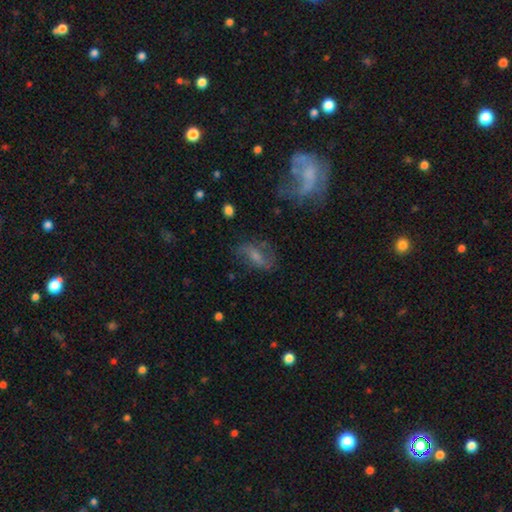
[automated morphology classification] A featured or disk galaxy (55%) with a weak bar (44%), spiral arms (79%) and a small central bulge (42%).

Vote fractions:
- Smooth or featured? featured or disk: 55% / smooth: 30% / star or artifact: 15%
- Edge-on disk? no: 92% / yes: 8%
- Bar? weak: 44% / no: 32% / strong: 25%
- Spiral arms? yes: 79% / no: 21%
- Bulge size? small: 42% / moderate: 37% / none: 15% / large: 5% / dominant: 2%
- Merging? none: 66% / minor disturbance: 18% / major disturbance: 13% / merger: 3%